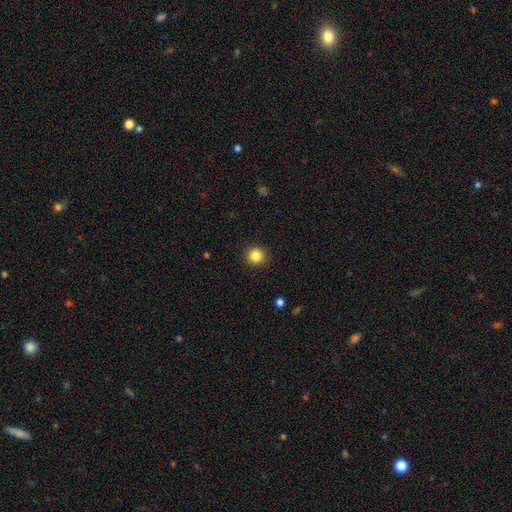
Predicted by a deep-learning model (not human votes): smooth 85%, star or artifact 10%, featured or disk 4%. Down the decision tree: how rounded — round (93%); merging — none (92%).